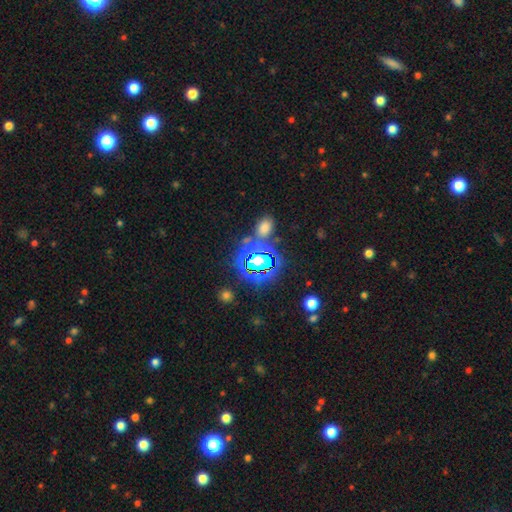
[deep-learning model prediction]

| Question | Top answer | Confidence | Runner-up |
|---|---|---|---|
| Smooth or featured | star or artifact | 80% | smooth (14%) |